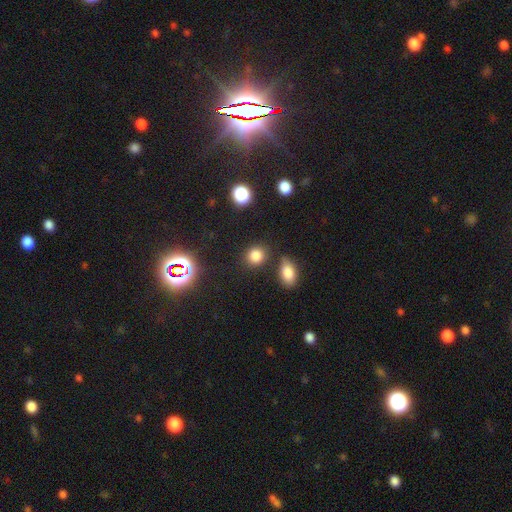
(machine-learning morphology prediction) Q: Smooth or featured?
A: smooth (80%); runner-up: star or artifact (15%)
Q: How rounded?
A: round (72%); runner-up: in between (26%)
Q: Merging?
A: none (79%); runner-up: minor disturbance (11%)